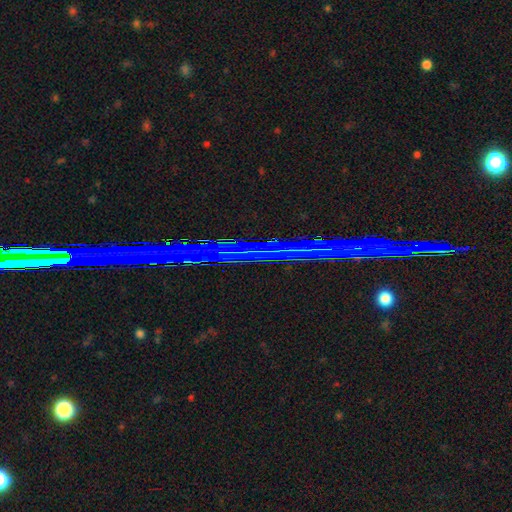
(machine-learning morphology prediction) star or artifact 79%, featured or disk 12%, smooth 9%.